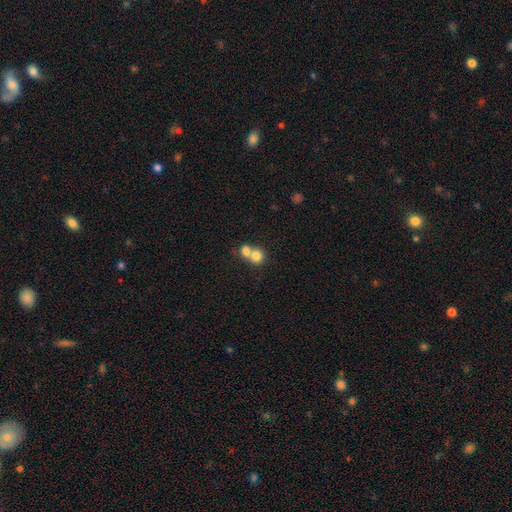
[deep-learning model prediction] Smooth or featured? smooth (77%)
How rounded? round (81%)
Merging? merger (67%)